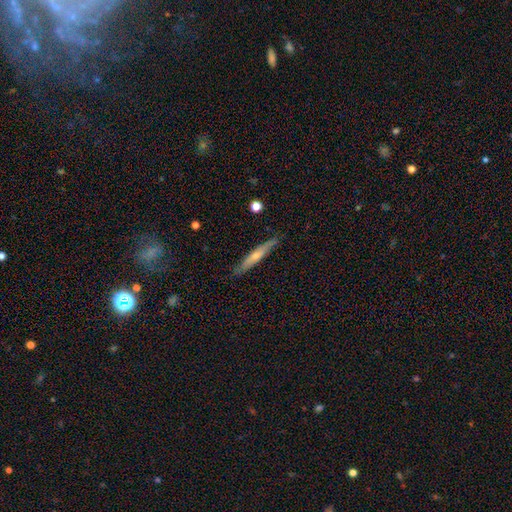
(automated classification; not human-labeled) A smooth galaxy with no disk features (52%) that is cigar-shaped (93%).

Vote fractions:
- Smooth or featured? smooth: 52% / featured or disk: 42% / star or artifact: 6%
- How rounded? cigar-shaped: 93% / in between: 6% / round: 1%
- Merging? none: 84% / minor disturbance: 12% / major disturbance: 2% / merger: 1%